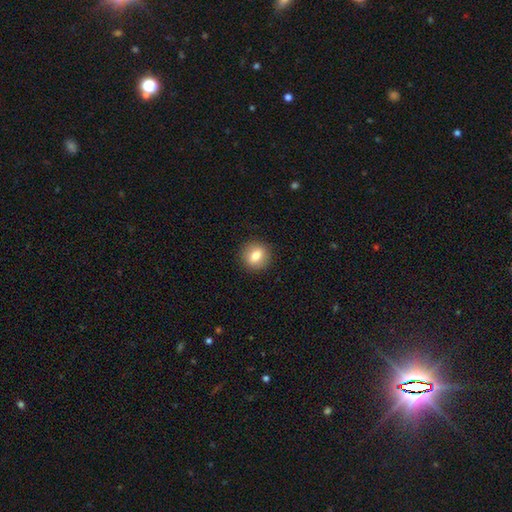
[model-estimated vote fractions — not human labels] Smooth or featured? smooth (76%)
How rounded? round (83%)
Merging? none (91%)